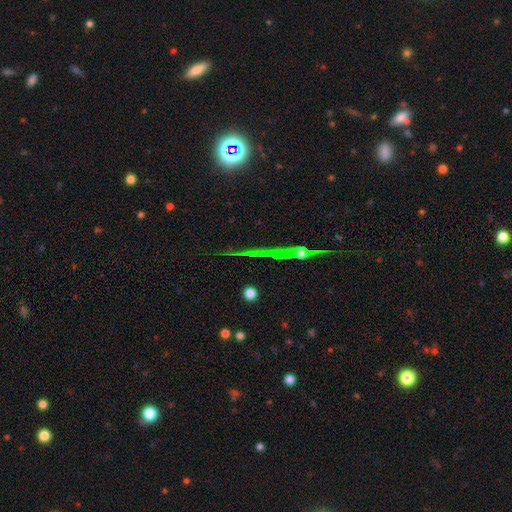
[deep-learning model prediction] This appears to be a star or artifact, not a galaxy (66%).